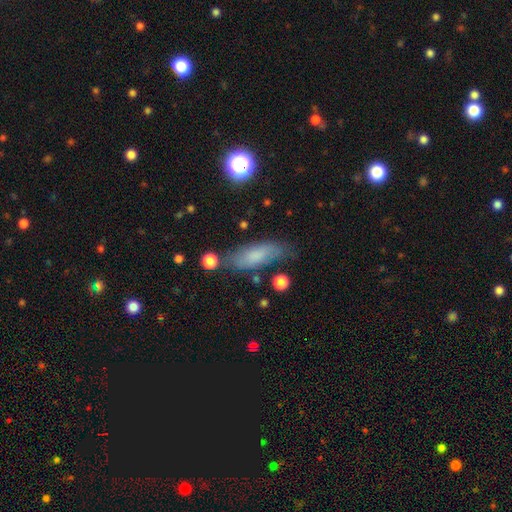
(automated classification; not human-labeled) Smooth or featured?
  - smooth: 68% *
  - featured or disk: 22%
  - star or artifact: 10%
How rounded?
  - in between: 63% *
  - cigar-shaped: 33%
  - round: 3%
Merging?
  - none: 68% *
  - minor disturbance: 21%
  - major disturbance: 7%
  - merger: 4%